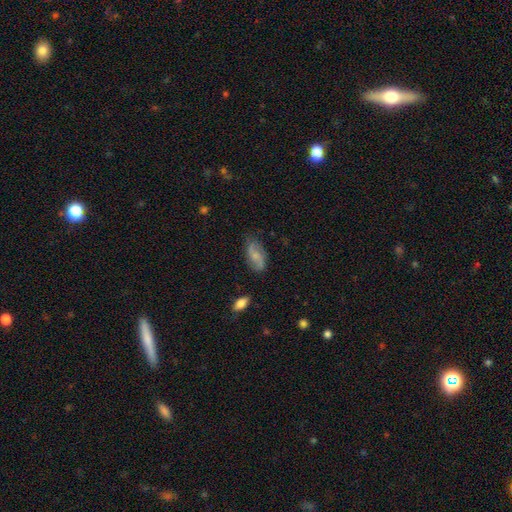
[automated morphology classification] smooth_or_featured: smooth (p=0.48) [alt: featured or disk p=0.44]
merging: none (p=0.73) [alt: minor disturbance p=0.20]